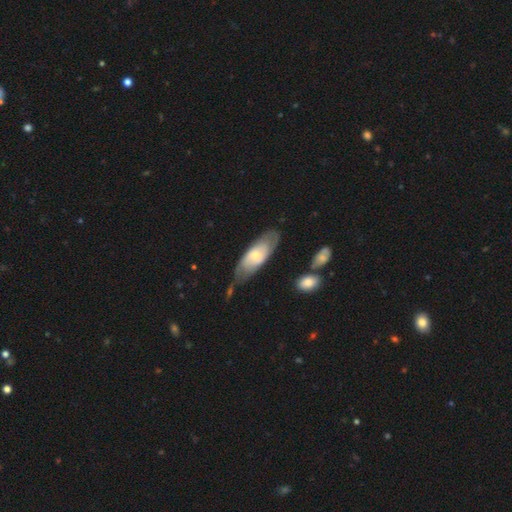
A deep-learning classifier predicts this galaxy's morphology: Smooth or featured?
  - featured or disk: 53% *
  - smooth: 42%
  - star or artifact: 5%
Edge-on disk?
  - no: 82% *
  - yes: 18%
Merging?
  - none: 61% *
  - minor disturbance: 25%
  - major disturbance: 9%
  - merger: 5%